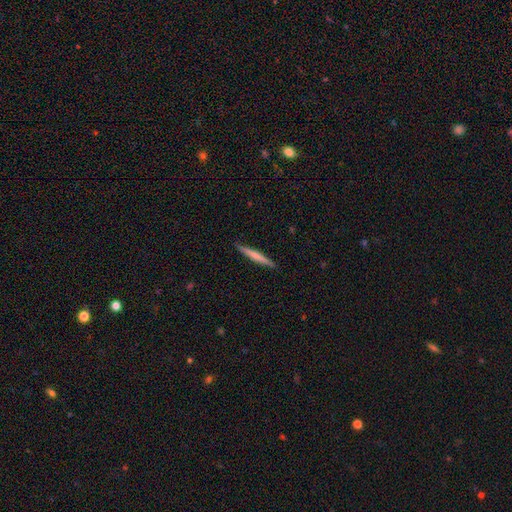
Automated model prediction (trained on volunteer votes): Smooth or featured? smooth (57%)
How rounded? cigar-shaped (96%)
Merging? none (92%)